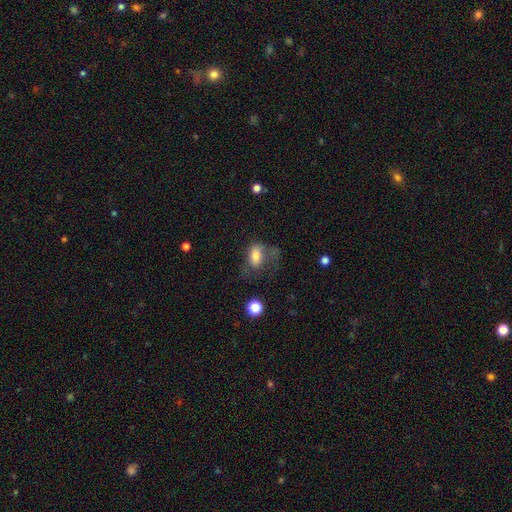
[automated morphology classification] Smooth or featured: smooth — 73% (featured or disk — 18%)
How rounded: in between — 84% (round — 14%)
Merging: major disturbance — 43% (none — 30%)